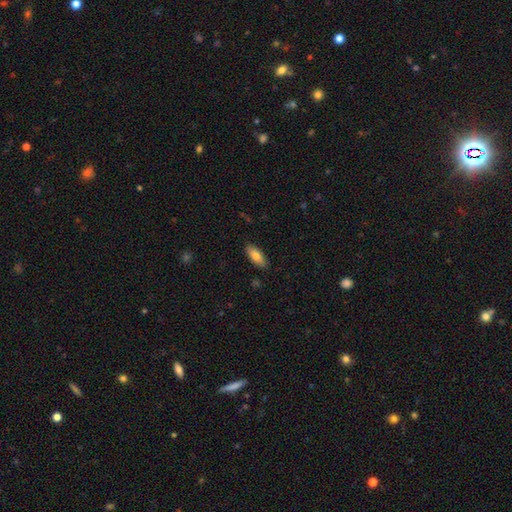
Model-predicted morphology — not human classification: This is likely a smooth galaxy (78%). How rounded: likely in between (76%). Merging: clearly none (87%).